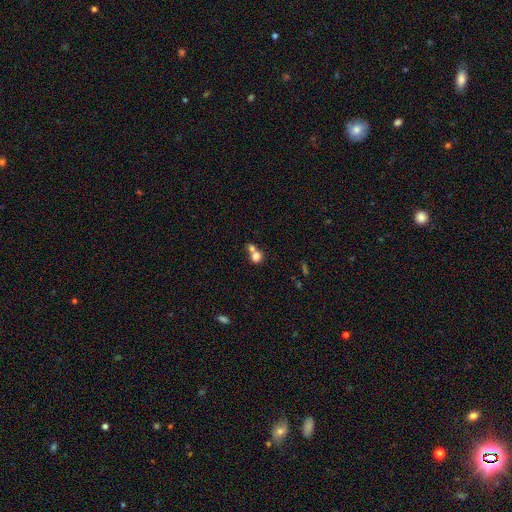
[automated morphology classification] Smooth or featured: smooth — 78% (star or artifact — 11%)
How rounded: round — 74% (in between — 25%)
Merging: merger — 55% (none — 34%)